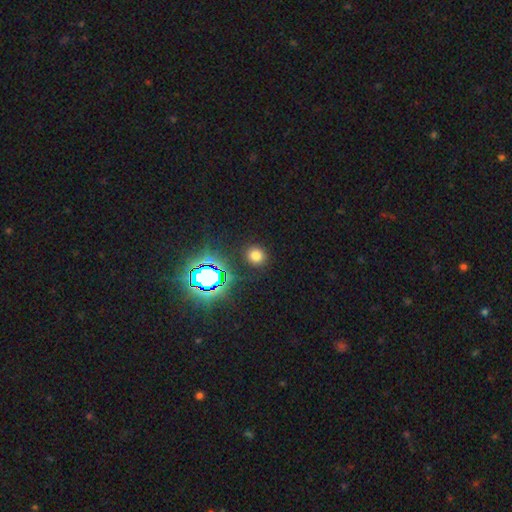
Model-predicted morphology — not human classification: This is likely a smooth galaxy (70%). How rounded: clearly round (86%). Merging: clearly none (88%).